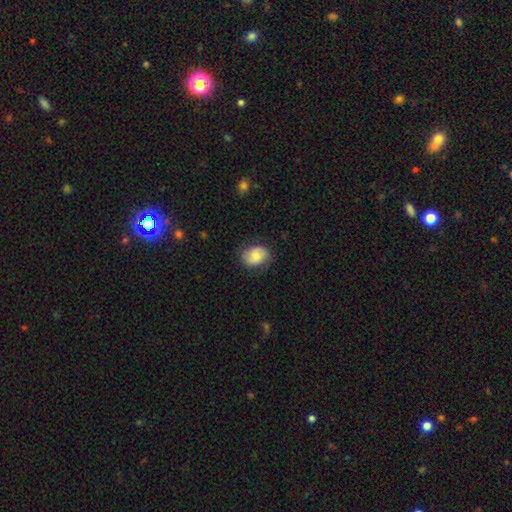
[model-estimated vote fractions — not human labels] Morphology: type=smooth (73%); roundness=in between (64%); merging=none (72%).